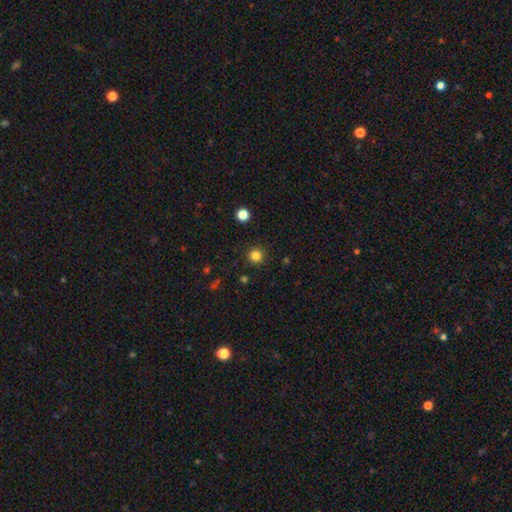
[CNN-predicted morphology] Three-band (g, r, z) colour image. It shows a smooth galaxy with no disk features (83%) that is round (94%). Merging: none (91%).